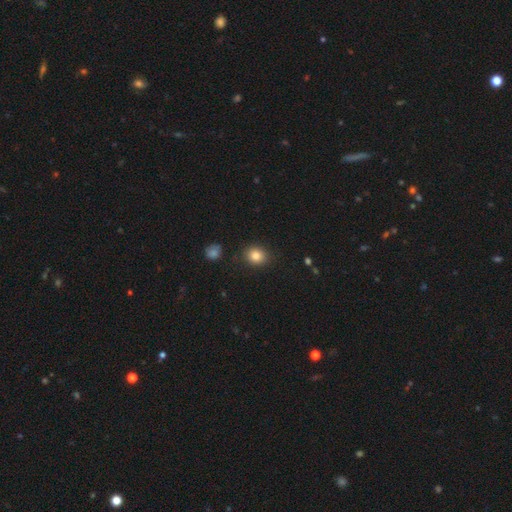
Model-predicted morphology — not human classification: type=smooth (84%); roundness=round (67%); merging=none (85%).